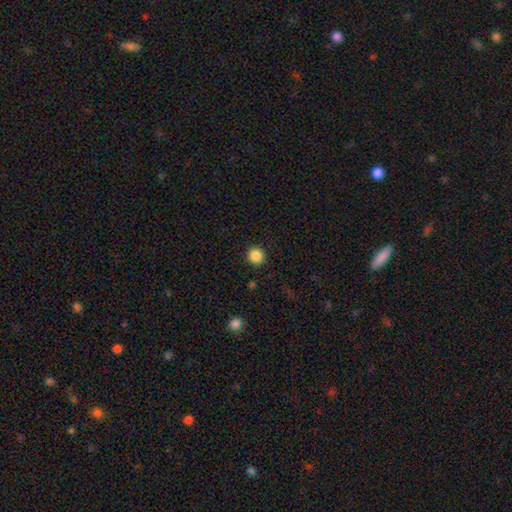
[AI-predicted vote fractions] A smooth galaxy with no disk features (87%) that is round (94%).

Vote fractions:
- Smooth or featured? smooth: 87% / star or artifact: 10% / featured or disk: 3%
- How rounded? round: 94% / in between: 5% / cigar-shaped: 1%
- Merging? none: 92% / minor disturbance: 5% / major disturbance: 2% / merger: 1%